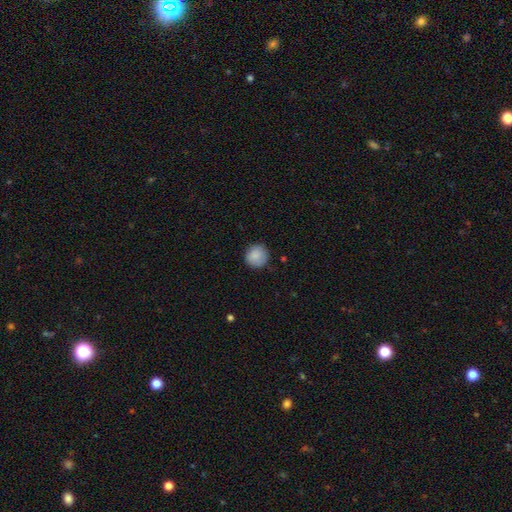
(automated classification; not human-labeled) Smooth or featured? Predicted: smooth (p=0.88). How rounded? Predicted: round (p=0.93). Merging? Predicted: none (p=0.86).